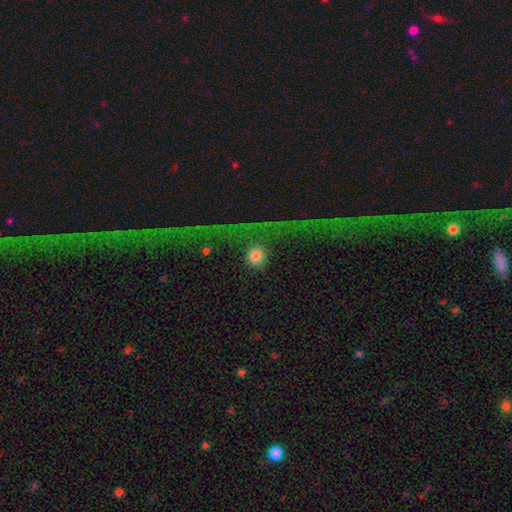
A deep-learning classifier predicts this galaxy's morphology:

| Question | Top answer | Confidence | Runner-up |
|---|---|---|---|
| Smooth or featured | smooth | 78% | star or artifact (13%) |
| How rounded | round | 93% | in between (6%) |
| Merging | none | 64% | major disturbance (16%) |